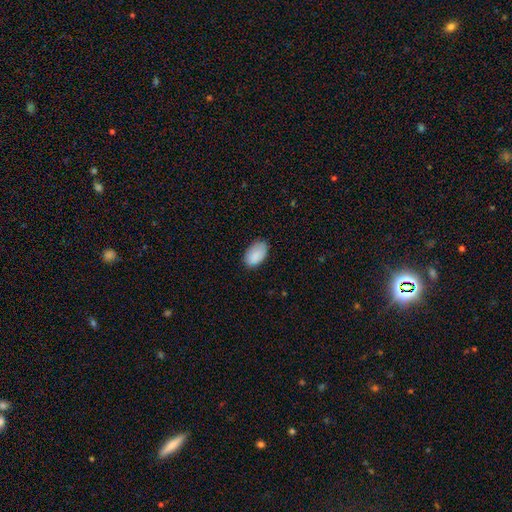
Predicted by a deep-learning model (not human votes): Smooth or featured?
  - smooth: 88% *
  - star or artifact: 7%
  - featured or disk: 5%
How rounded?
  - in between: 93% *
  - round: 5%
  - cigar-shaped: 1%
Merging?
  - none: 76% *
  - minor disturbance: 20%
  - major disturbance: 4%
  - merger: 1%